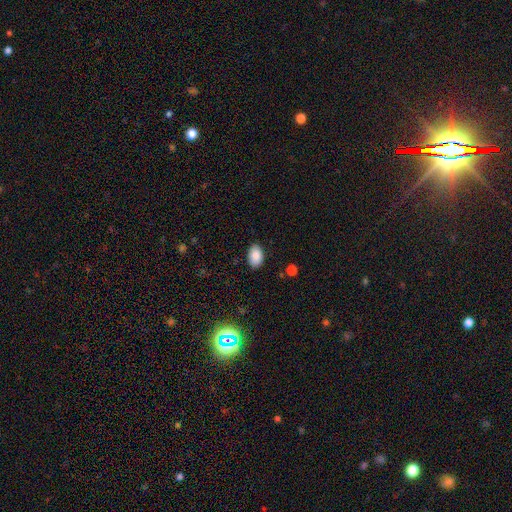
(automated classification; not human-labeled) Smooth or featured? smooth (86%)
How rounded? in between (92%)
Merging? none (87%)